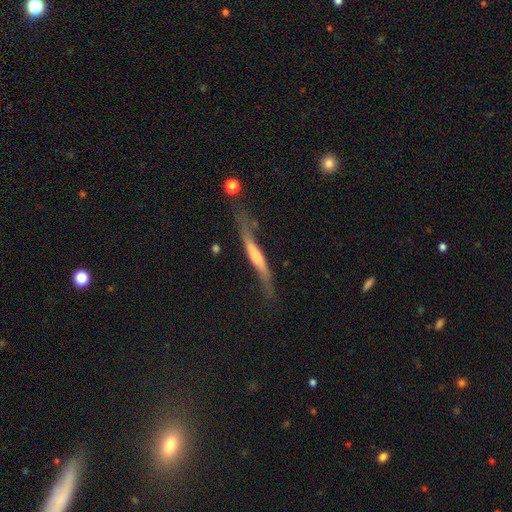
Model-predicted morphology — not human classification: type=featured or disk (53%); edge-on=yes (78%); merging=none (53%).